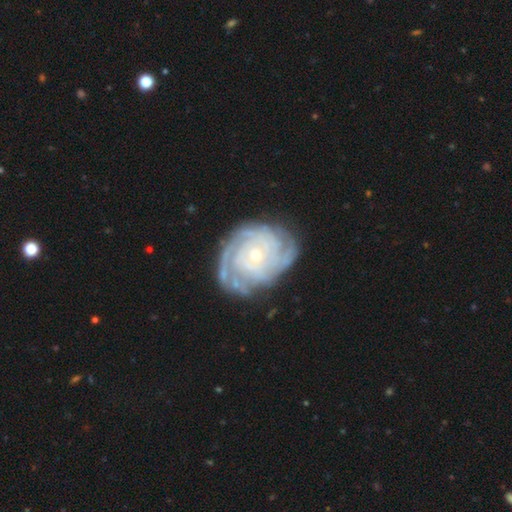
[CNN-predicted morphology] Smooth or featured?
  - featured or disk: 87% *
  - smooth: 8%
  - star or artifact: 6%
Edge-on disk?
  - no: 97% *
  - yes: 3%
Bar?
  - no: 78% *
  - weak: 17%
  - strong: 5%
Spiral arms?
  - yes: 96% *
  - no: 4%
Spiral winding?
  - tight: 78% *
  - medium: 18%
  - loose: 4%
Spiral arm count?
  - can't tell: 30% *
  - 4: 19%
  - 3: 19%
  - 2: 15%
  - more than 4: 10%
  - 1: 7%
Bulge size?
  - small: 70% *
  - moderate: 27%
  - large: 1%
  - none: 1%
  - dominant: 1%
Merging?
  - none: 73% *
  - minor disturbance: 18%
  - major disturbance: 7%
  - merger: 2%